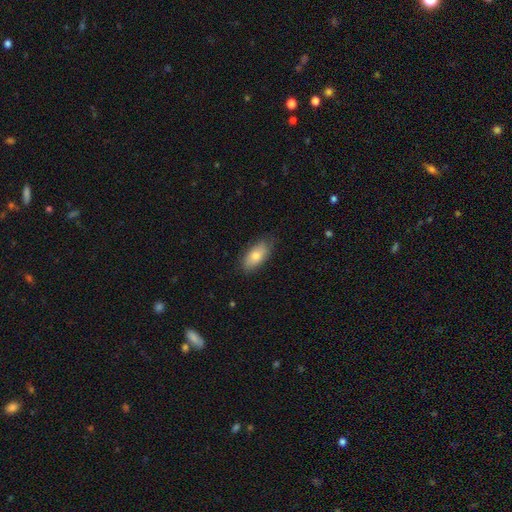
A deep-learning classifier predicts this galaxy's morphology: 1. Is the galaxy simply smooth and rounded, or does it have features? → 76% smooth, 18% featured or disk, 7% star or artifact.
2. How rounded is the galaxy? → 87% in between, 10% cigar-shaped, 3% round.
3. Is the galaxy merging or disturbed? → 80% none, 16% minor disturbance, 3% major disturbance, 1% merger.